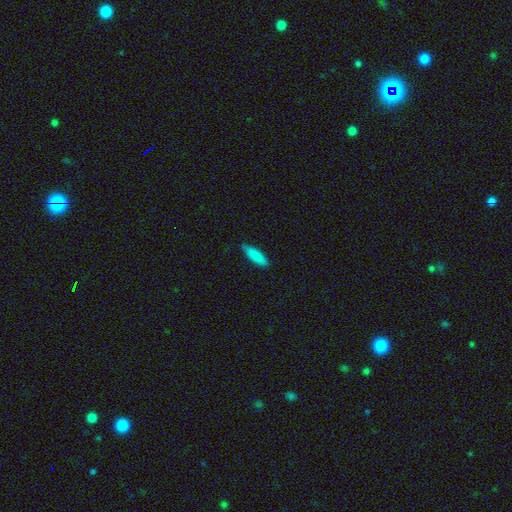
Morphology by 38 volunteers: This appears to be a smooth galaxy with no disk features (71%) that is in between round and cigar-shaped (52%). Merging: none (88%).